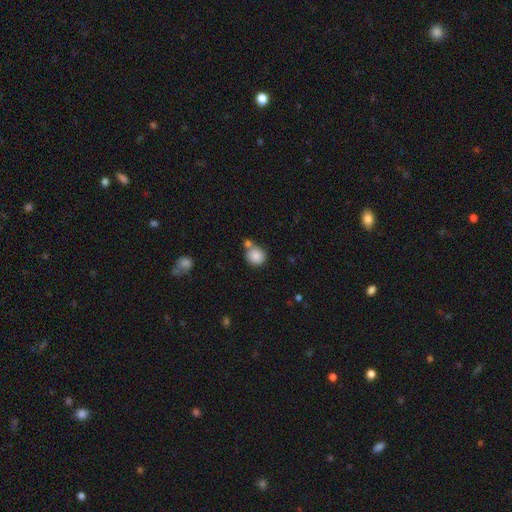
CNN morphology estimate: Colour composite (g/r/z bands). It shows a smooth galaxy with no disk features (86%) that is round (88%). Merging: none (57%).